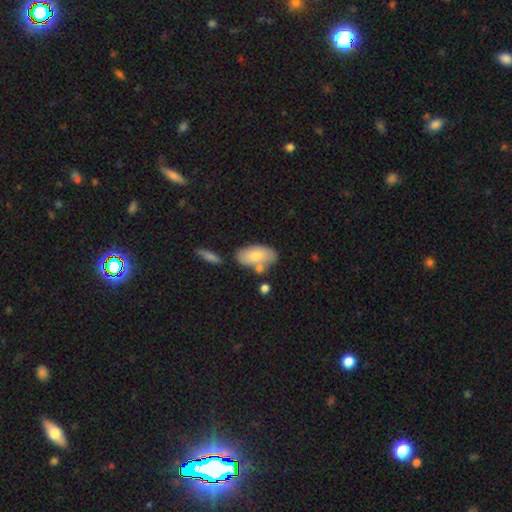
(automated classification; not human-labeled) smooth_or_featured: smooth (p=0.70) [alt: featured or disk p=0.24]
how_rounded: in between (p=0.92) [alt: round p=0.05]
merging: none (p=0.62) [alt: minor disturbance p=0.17]